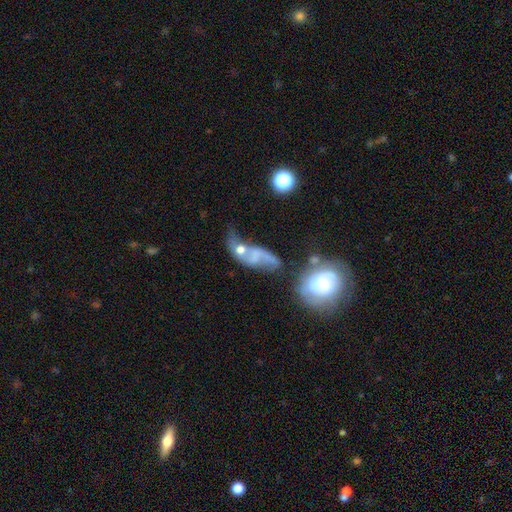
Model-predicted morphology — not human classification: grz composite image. It shows a featured or disk galaxy (56%) with no bar (66%), spiral arms (61%) and no central bulge (34%). Merging: merger (35%).